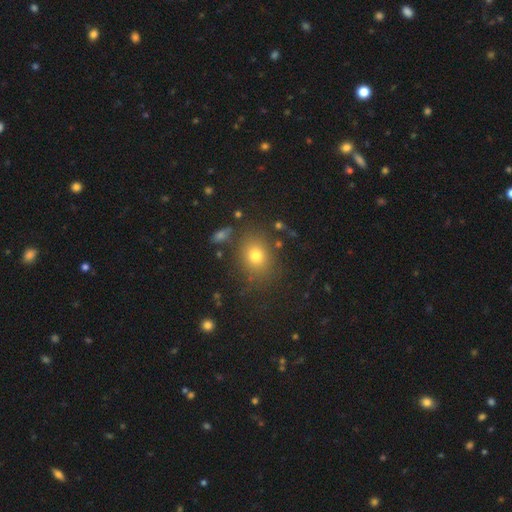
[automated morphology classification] smooth-or-featured: smooth: 74% | star or artifact: 16% | featured or disk: 10%
  how-rounded: round: 52% | in between: 47% | cigar-shaped: 1%
  merging: none: 81% | minor disturbance: 11% | major disturbance: 4% | merger: 4%